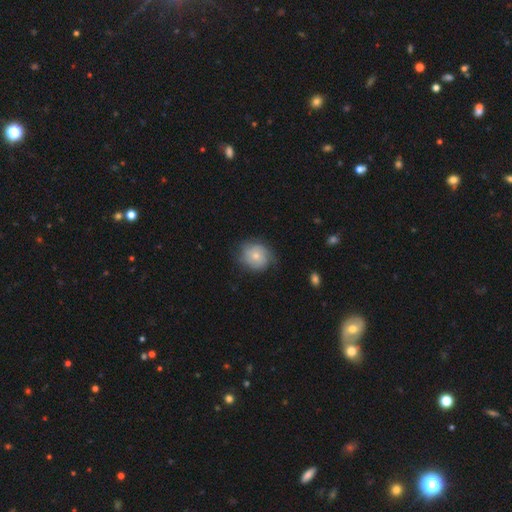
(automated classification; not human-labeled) Overall: smooth (59%; featured or disk 34%). How rounded: round (73%). Merging: none (66%).